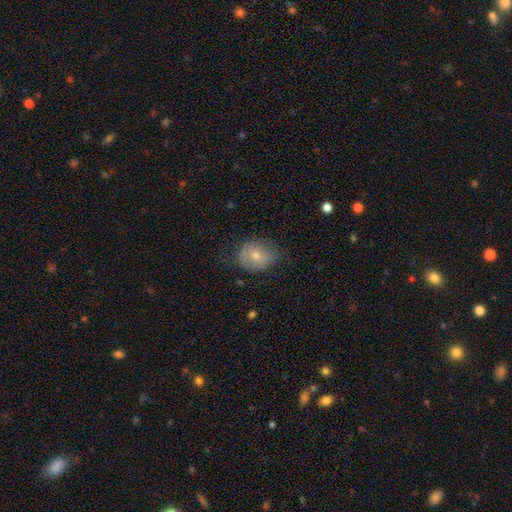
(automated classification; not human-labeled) This is likely a smooth galaxy (69%). How rounded: possibly round (54%). Merging: possibly none (58%).